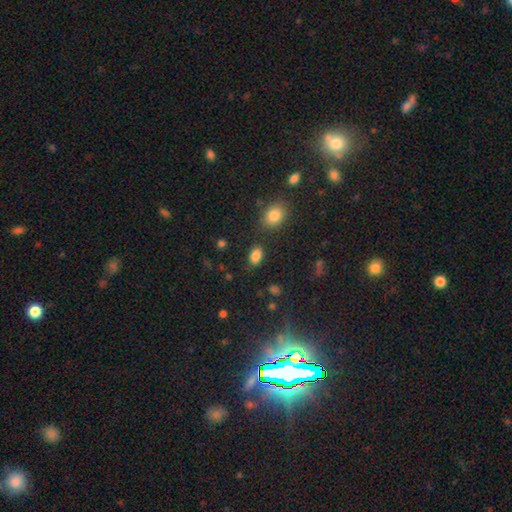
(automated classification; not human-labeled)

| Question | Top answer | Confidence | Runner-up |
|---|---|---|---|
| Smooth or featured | smooth | 84% | star or artifact (10%) |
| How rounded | in between | 88% | round (9%) |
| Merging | none | 81% | minor disturbance (12%) |